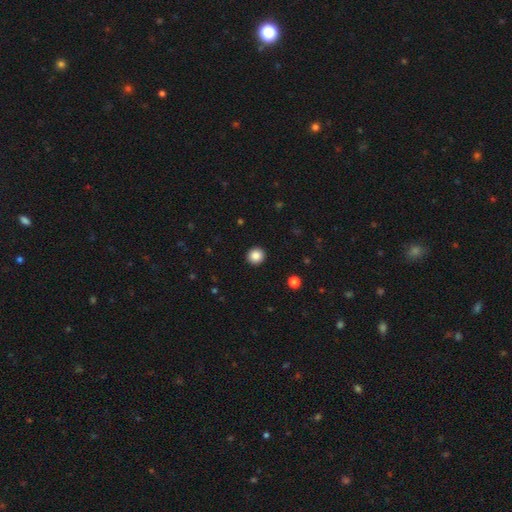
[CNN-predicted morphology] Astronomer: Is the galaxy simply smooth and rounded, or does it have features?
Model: smooth — 87%.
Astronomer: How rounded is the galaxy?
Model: round — 92%.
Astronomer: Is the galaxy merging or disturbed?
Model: none — 93%.